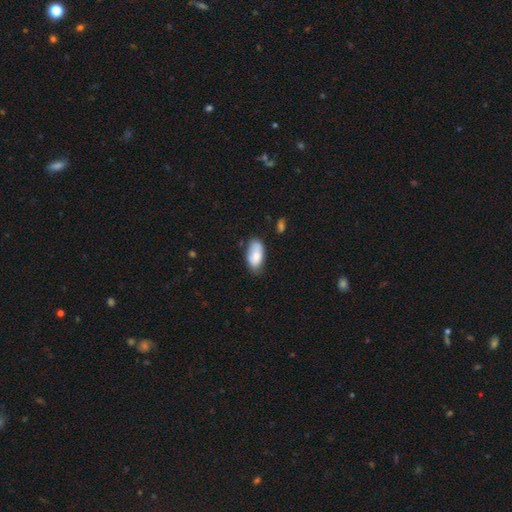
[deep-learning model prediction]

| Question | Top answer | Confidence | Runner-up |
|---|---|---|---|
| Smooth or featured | smooth | 76% | featured or disk (17%) |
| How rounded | in between | 94% | round (3%) |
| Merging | none | 63% | minor disturbance (28%) |